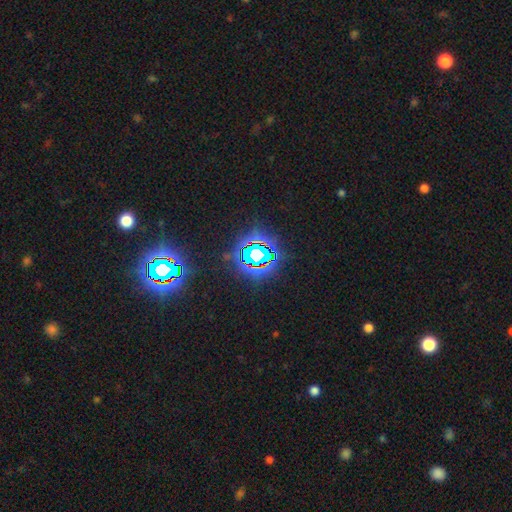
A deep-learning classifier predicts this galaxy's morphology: Smooth or featured?
  - star or artifact: 79% *
  - smooth: 12%
  - featured or disk: 9%